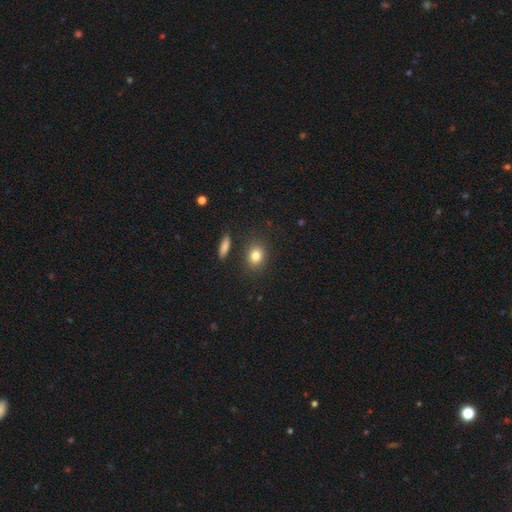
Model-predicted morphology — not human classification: Overall: smooth (83%). How rounded: in between (49%, tied with round). Merging: none (84%).